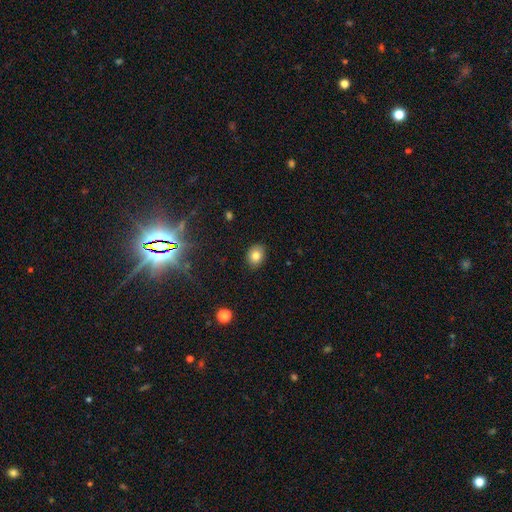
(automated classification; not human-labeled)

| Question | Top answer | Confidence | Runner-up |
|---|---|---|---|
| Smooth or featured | smooth | 81% | star or artifact (11%) |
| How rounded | in between | 57% | round (42%) |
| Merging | none | 88% | minor disturbance (9%) |